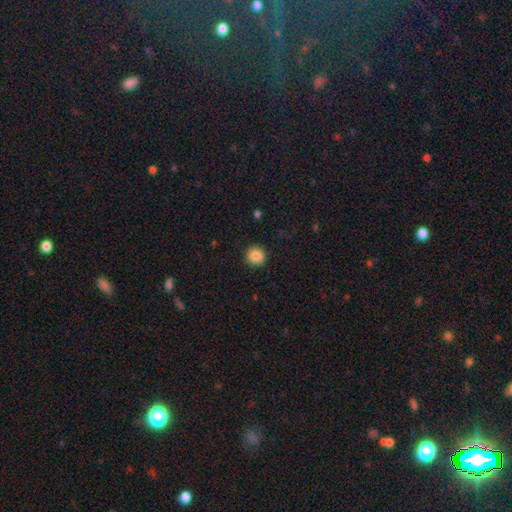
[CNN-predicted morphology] type=smooth (87%); roundness=round (92%); merging=none (91%).